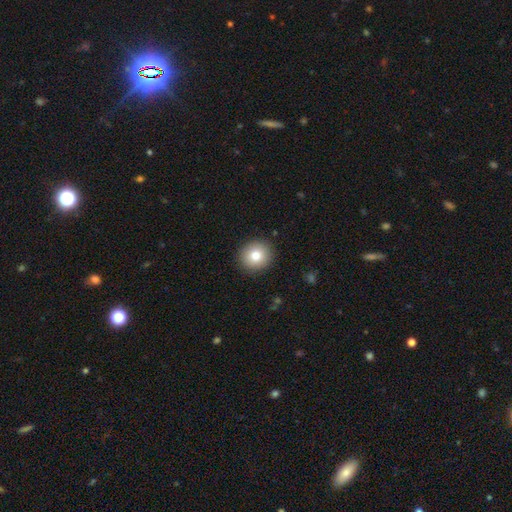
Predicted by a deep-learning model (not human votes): smooth_or_featured: smooth (p=0.81) [alt: featured or disk p=0.10]
how_rounded: round (p=0.86) [alt: in between p=0.13]
merging: none (p=0.91) [alt: minor disturbance p=0.06]